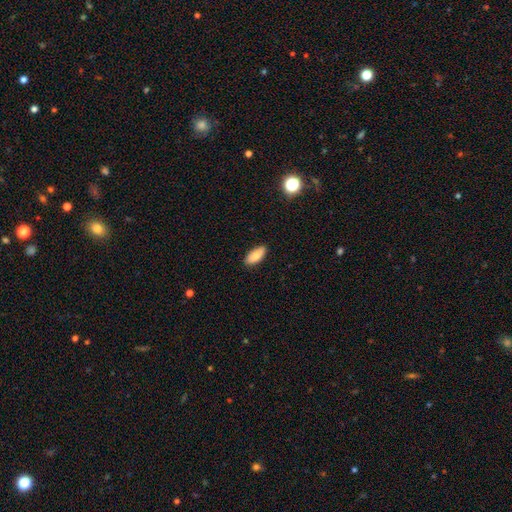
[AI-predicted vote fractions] Q: Smooth or featured?
A: smooth (84%); runner-up: featured or disk (9%)
Q: How rounded?
A: in between (87%); runner-up: cigar-shaped (11%)
Q: Merging?
A: none (86%); runner-up: minor disturbance (11%)